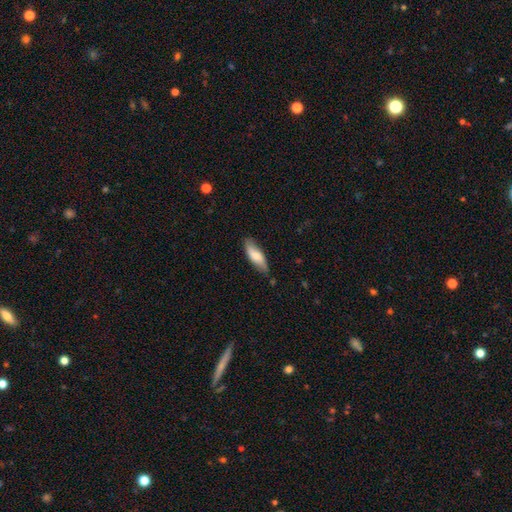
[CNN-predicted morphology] type=smooth (69%); roundness=in between (59%); merging=none (77%).